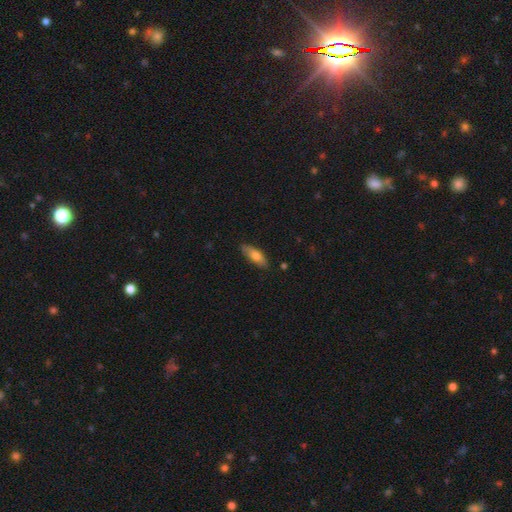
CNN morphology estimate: The model was most divided on "how rounded": in between: 58%, cigar-shaped: 40%, round: 2%. More confident: merging — none (83%); smooth or featured — smooth (69%).